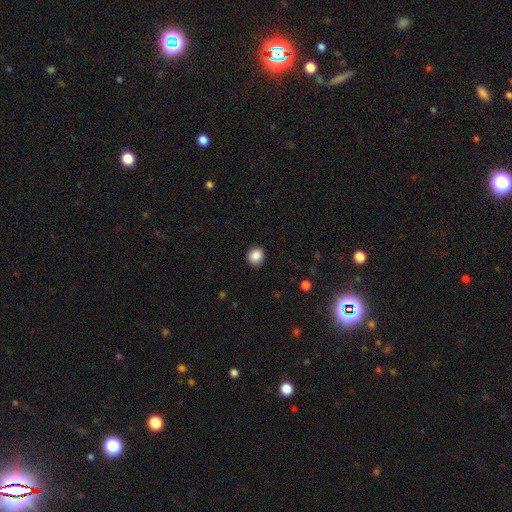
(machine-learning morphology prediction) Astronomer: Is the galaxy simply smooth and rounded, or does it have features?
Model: smooth — 88%.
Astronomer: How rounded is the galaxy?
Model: round — 77%.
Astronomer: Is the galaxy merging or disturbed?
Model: none — 90%.